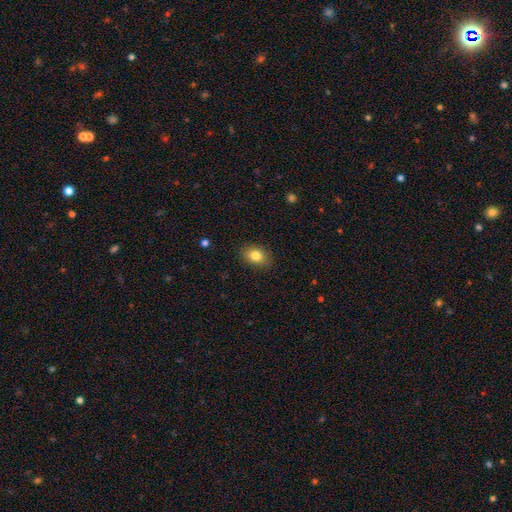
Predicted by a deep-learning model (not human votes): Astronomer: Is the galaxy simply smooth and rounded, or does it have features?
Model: smooth — 83%.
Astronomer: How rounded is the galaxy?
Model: in between — 73%.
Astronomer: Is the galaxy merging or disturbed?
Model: none — 86%.